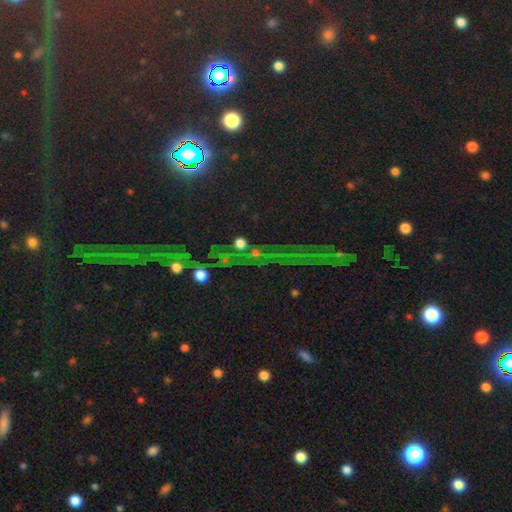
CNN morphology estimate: Smooth or featured: star or artifact — 80% (smooth — 11%)